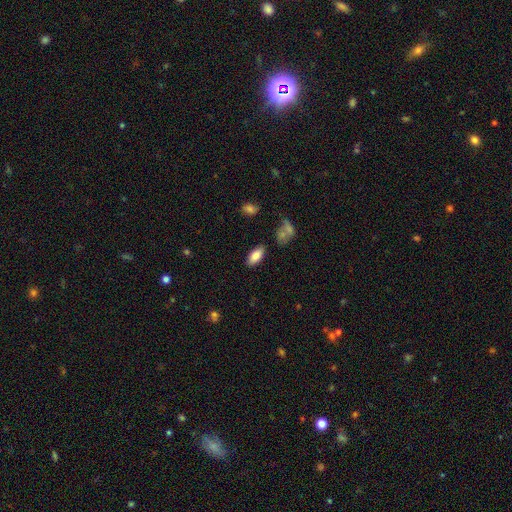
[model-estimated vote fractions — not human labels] This appears to be a smooth galaxy with no disk features (83%) that is in between round and cigar-shaped (90%). Merging: none (84%).